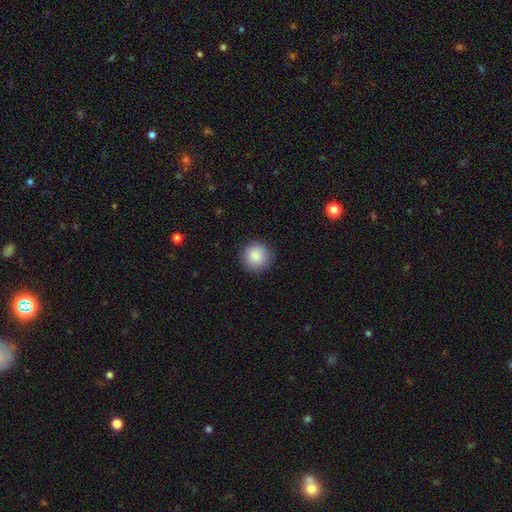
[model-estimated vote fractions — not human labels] smooth_or_featured: smooth (p=0.86) [alt: star or artifact p=0.08]
how_rounded: round (p=0.95) [alt: in between p=0.04]
merging: none (p=0.91) [alt: minor disturbance p=0.06]